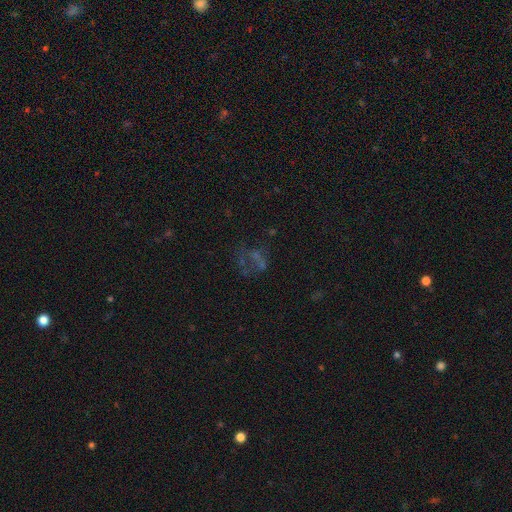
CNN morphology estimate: A star or artifact, not a galaxy (39%).